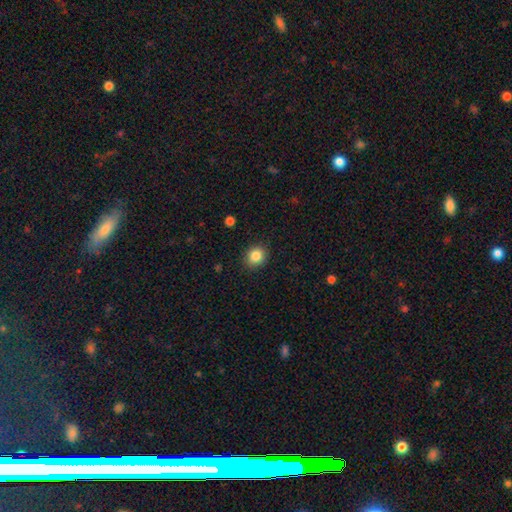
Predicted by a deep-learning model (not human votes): Smooth or featured?
  - smooth: 85% *
  - star or artifact: 10%
  - featured or disk: 5%
How rounded?
  - round: 74% *
  - in between: 25%
  - cigar-shaped: 1%
Merging?
  - none: 89% *
  - minor disturbance: 8%
  - major disturbance: 2%
  - merger: 1%